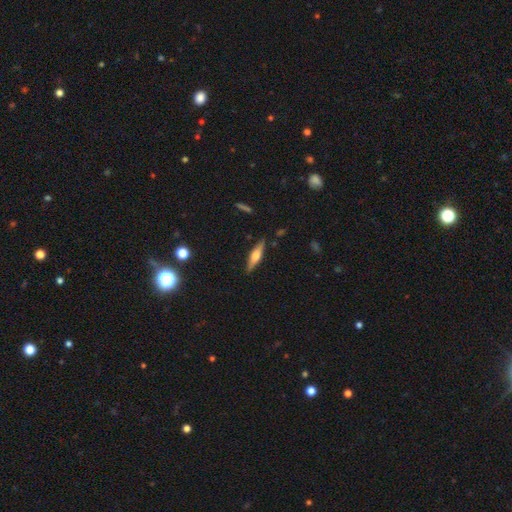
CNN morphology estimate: smooth_or_featured: featured or disk (p=0.52) [alt: smooth p=0.41]
disk_edge_on: yes (p=0.94) [alt: no p=0.06]
merging: none (p=0.86) [alt: minor disturbance p=0.10]